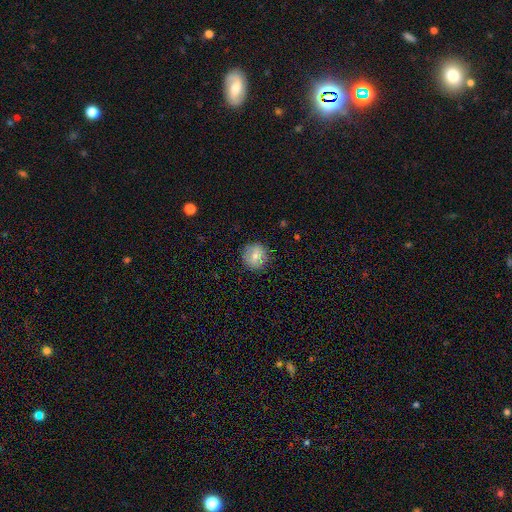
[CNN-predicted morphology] smooth 72%, featured or disk 18%, star or artifact 10%. Down the decision tree: how rounded — round (89%); merging — none (86%).